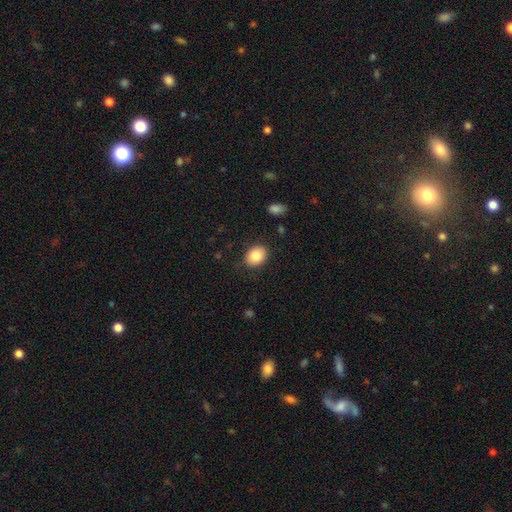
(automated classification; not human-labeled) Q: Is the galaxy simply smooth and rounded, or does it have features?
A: smooth — 85%.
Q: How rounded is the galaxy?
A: in between — 58%.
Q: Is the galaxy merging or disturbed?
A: none — 85%.